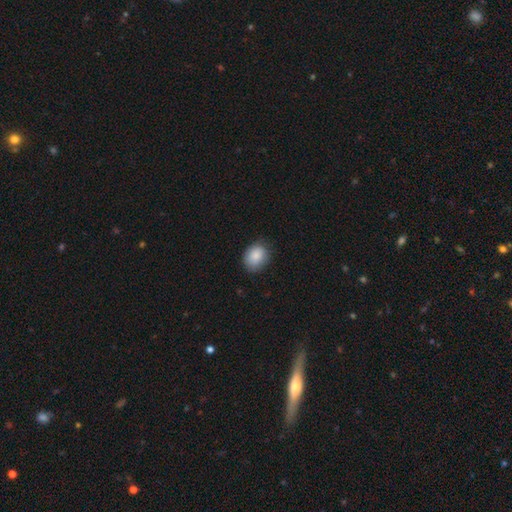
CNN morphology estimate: Smooth or featured? smooth (88%)
How rounded? in between (54%)
Merging? none (81%)